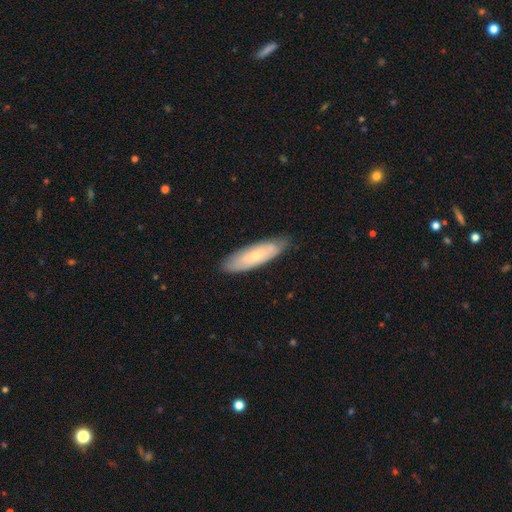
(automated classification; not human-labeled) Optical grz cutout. It shows a smooth galaxy with no disk features (57%) that is cigar-shaped (56%). Merging: none (80%).